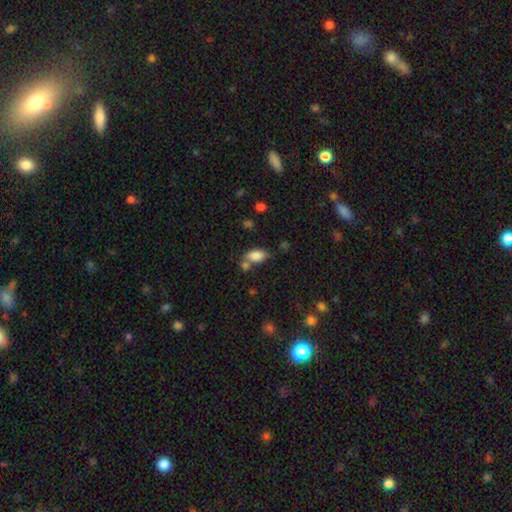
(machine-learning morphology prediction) smooth 83%, star or artifact 9%, featured or disk 8%. Down the decision tree: how rounded — in between (91%); merging — none (49%).